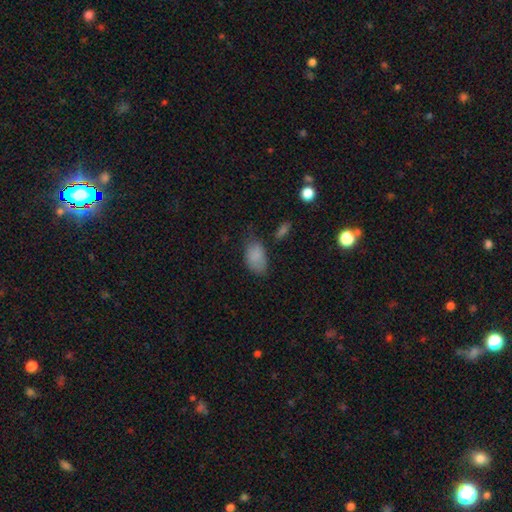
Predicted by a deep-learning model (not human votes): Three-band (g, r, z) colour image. It shows a smooth galaxy with no disk features (84%) that is in between round and cigar-shaped (92%). Merging: none (56%).